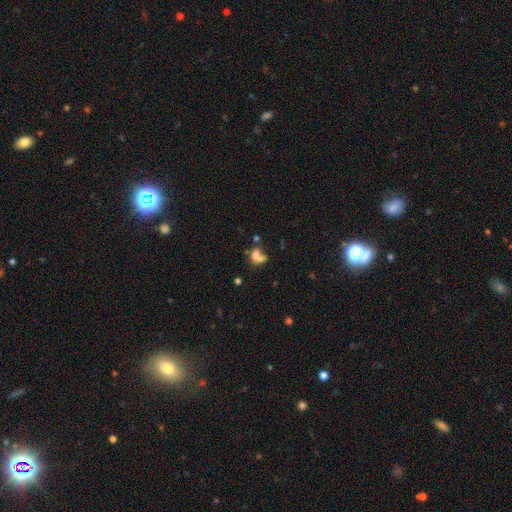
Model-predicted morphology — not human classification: Overall: smooth (60%; featured or disk 25%). How rounded: in between (58%; round 39%). Merging: merger (39%; none 25%).